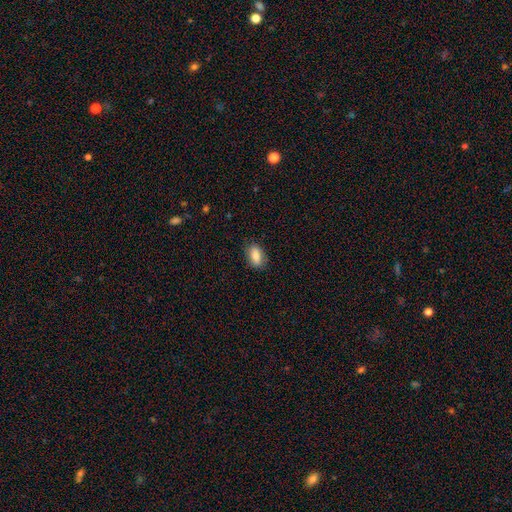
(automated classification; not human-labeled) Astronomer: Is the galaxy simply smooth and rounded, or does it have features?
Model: smooth — 86%.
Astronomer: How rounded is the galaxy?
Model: in between — 89%.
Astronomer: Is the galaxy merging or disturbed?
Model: none — 82%.